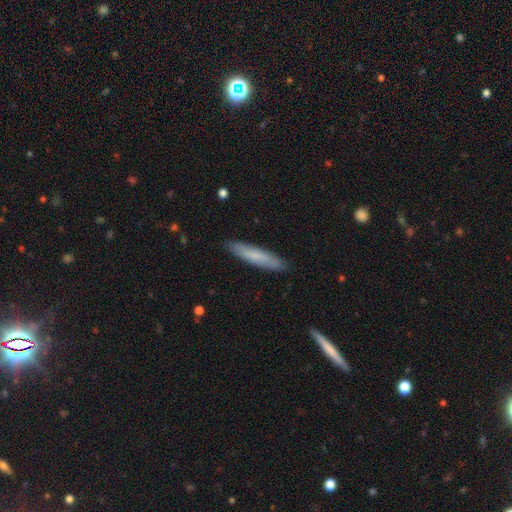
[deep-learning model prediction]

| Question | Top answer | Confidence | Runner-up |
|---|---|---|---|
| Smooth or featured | smooth | 72% | featured or disk (23%) |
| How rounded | cigar-shaped | 89% | in between (10%) |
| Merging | none | 89% | minor disturbance (8%) |